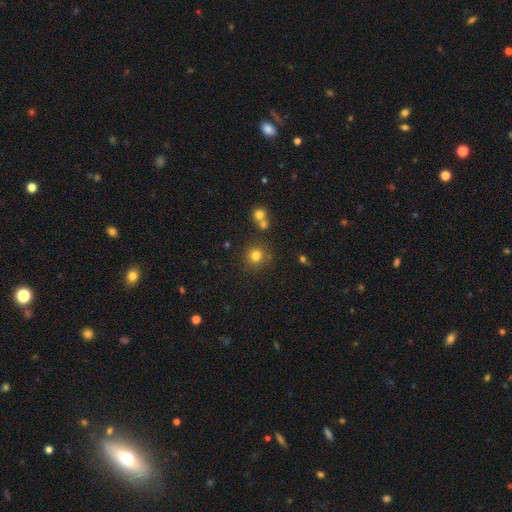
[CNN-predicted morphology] A smooth galaxy with no disk features (79%) that is round (92%). Merging: none (80%).